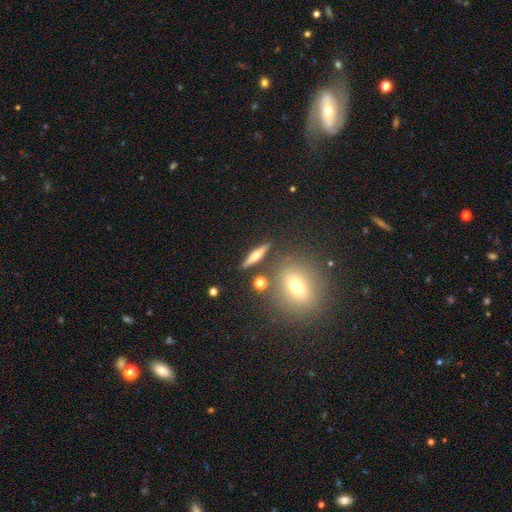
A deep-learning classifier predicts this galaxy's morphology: Q: Smooth or featured?
A: featured or disk (56%); runner-up: smooth (34%)
Q: Edge-on disk?
A: yes (92%); runner-up: no (8%)
Q: Edge-on bulge?
A: rounded (91%); runner-up: boxy (5%)
Q: Merging?
A: none (83%); runner-up: minor disturbance (8%)